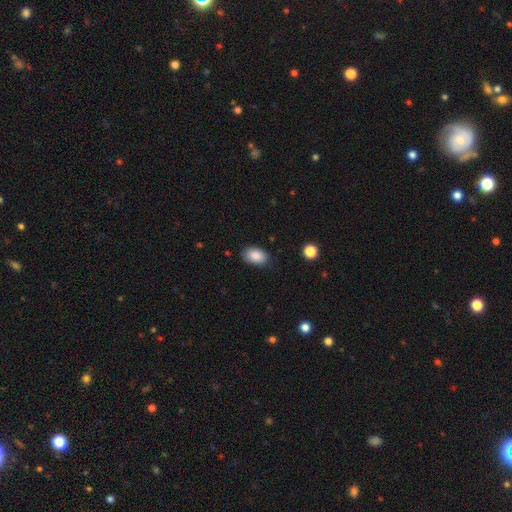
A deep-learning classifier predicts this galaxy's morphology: Smooth or featured?
  - smooth: 86% *
  - star or artifact: 8%
  - featured or disk: 6%
How rounded?
  - in between: 90% *
  - round: 9%
  - cigar-shaped: 1%
Merging?
  - none: 83% *
  - minor disturbance: 13%
  - major disturbance: 3%
  - merger: 1%